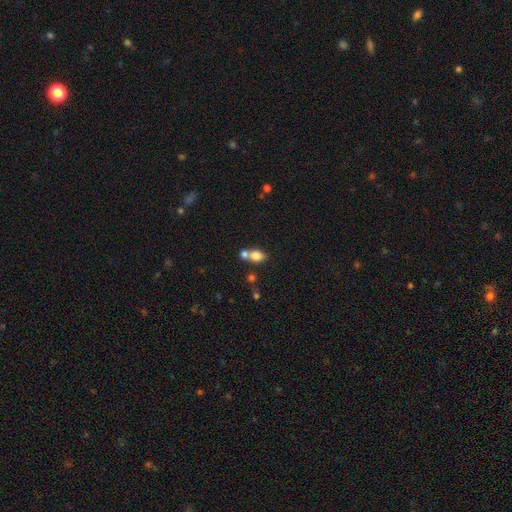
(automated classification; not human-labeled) A smooth galaxy with no disk features (79%) that is in between round and cigar-shaped (63%).

Vote fractions:
- Smooth or featured? smooth: 79% / featured or disk: 10% / star or artifact: 10%
- How rounded? in between: 63% / round: 36% / cigar-shaped: 2%
- Merging? merger: 46% / none: 41% / minor disturbance: 9% / major disturbance: 4%